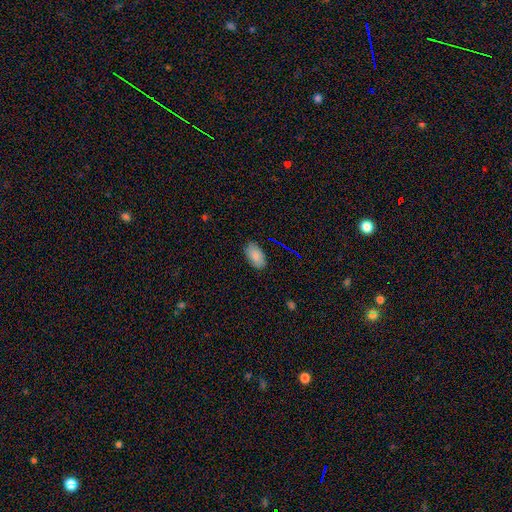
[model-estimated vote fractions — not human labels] smooth-or-featured: smooth: 85% | star or artifact: 8% | featured or disk: 7%
  how-rounded: in between: 94% | round: 4% | cigar-shaped: 2%
  merging: none: 84% | minor disturbance: 12% | major disturbance: 3% | merger: 1%